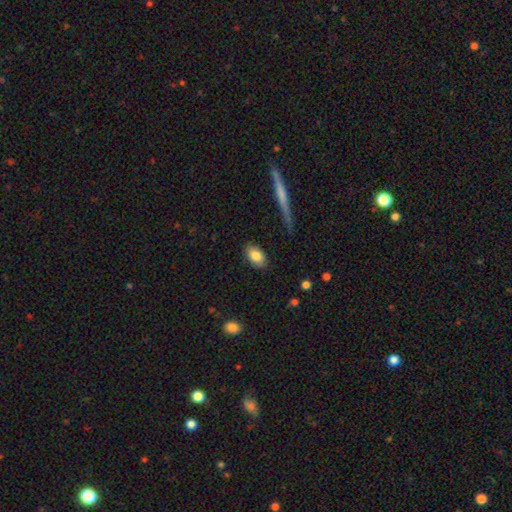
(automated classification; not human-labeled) Q: Smooth or featured?
A: smooth (83%); runner-up: featured or disk (10%)
Q: How rounded?
A: in between (91%); runner-up: round (7%)
Q: Merging?
A: none (85%); runner-up: minor disturbance (11%)